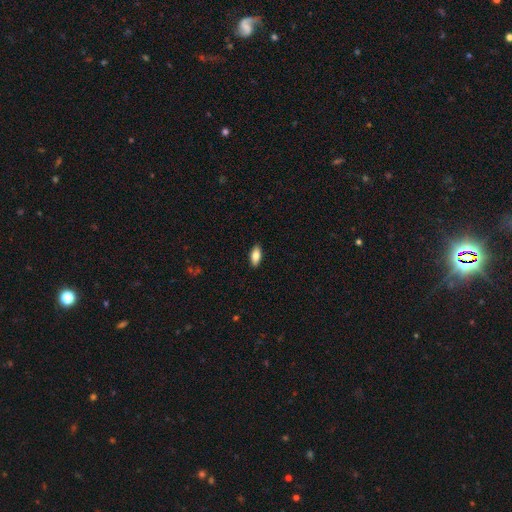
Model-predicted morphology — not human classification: Smooth or featured? smooth (82%)
How rounded? in between (88%)
Merging? none (89%)